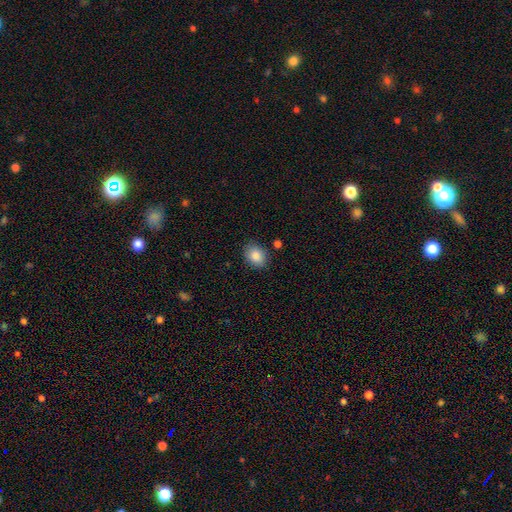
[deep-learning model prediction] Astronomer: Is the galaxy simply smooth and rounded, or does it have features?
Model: smooth — 87%.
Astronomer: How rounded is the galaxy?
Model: in between — 63%.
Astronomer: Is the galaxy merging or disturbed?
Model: none — 83%.